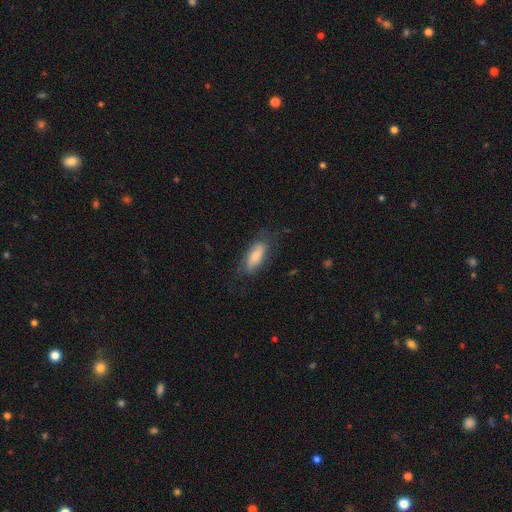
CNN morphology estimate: This is likely a smooth galaxy (71%). How rounded: likely in between (70%). Merging: likely none (66%).